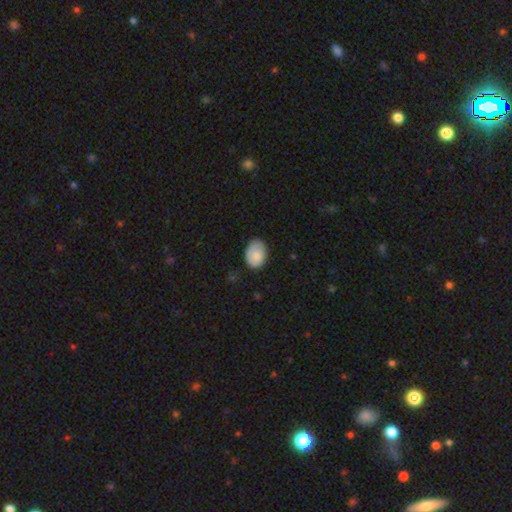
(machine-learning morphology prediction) The model was most divided on "merging": none: 66%, minor disturbance: 27%, major disturbance: 5%, merger: 1%. More confident: smooth or featured — smooth (82%); how rounded — in between (80%).